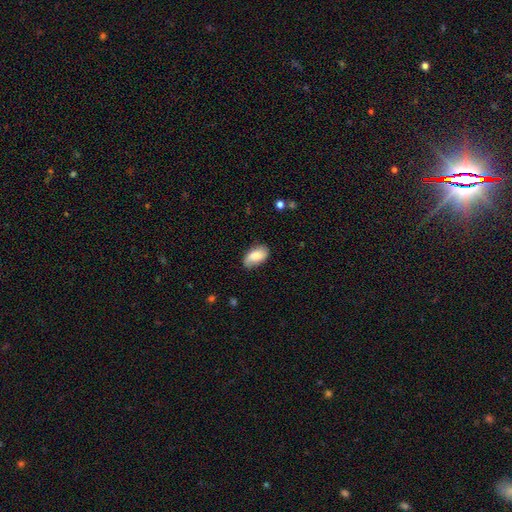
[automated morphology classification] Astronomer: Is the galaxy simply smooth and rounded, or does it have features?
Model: smooth — 75%.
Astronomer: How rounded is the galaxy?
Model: in between — 94%.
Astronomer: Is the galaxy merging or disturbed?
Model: none — 71%.